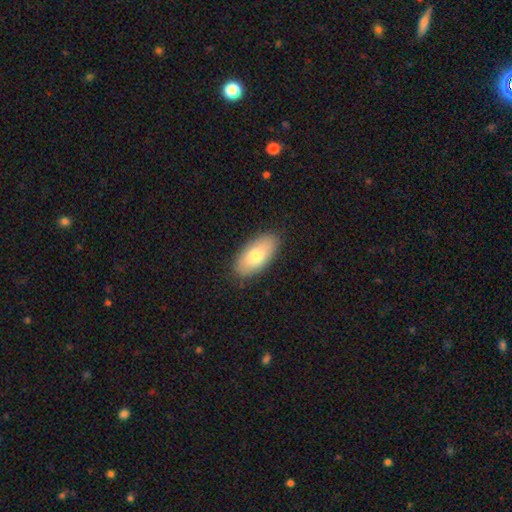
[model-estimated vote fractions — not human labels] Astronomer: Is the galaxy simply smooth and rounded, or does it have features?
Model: smooth — 77%.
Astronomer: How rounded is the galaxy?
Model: in between — 92%.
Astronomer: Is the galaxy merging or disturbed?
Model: none — 87%.